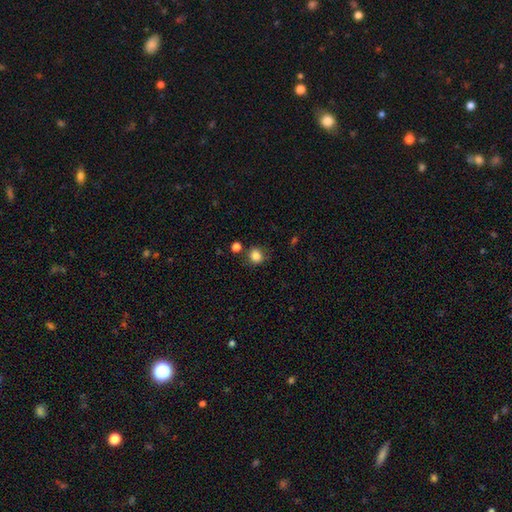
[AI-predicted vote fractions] smooth 85%, star or artifact 11%, featured or disk 5%. Down the decision tree: how rounded — round (75%); merging — none (75%).